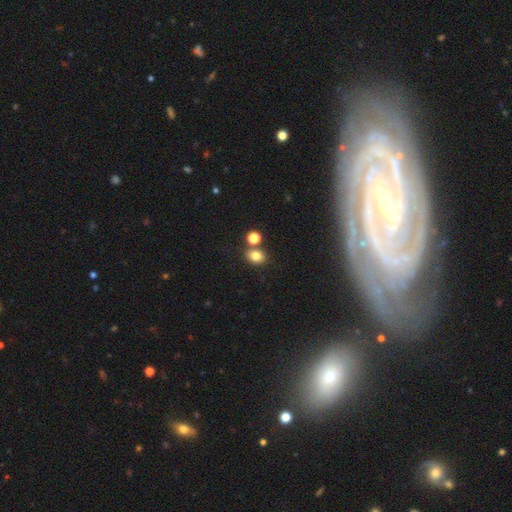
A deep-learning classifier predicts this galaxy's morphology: Smooth or featured? smooth (80%)
How rounded? round (50%)
Merging? none (67%)